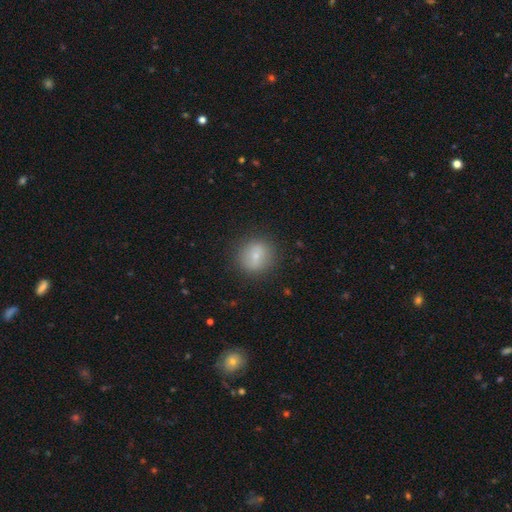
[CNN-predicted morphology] smooth 69%, featured or disk 20%, star or artifact 10%. Down the decision tree: how rounded — round (88%); merging — none (86%).